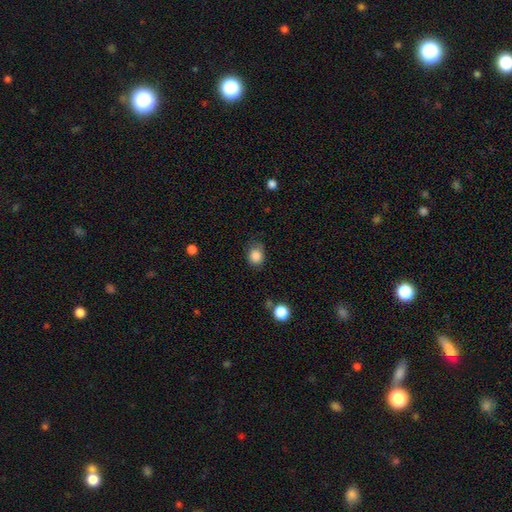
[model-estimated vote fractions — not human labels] This appears to be a smooth galaxy with no disk features (86%) that is round (62%). Merging: none (68%).